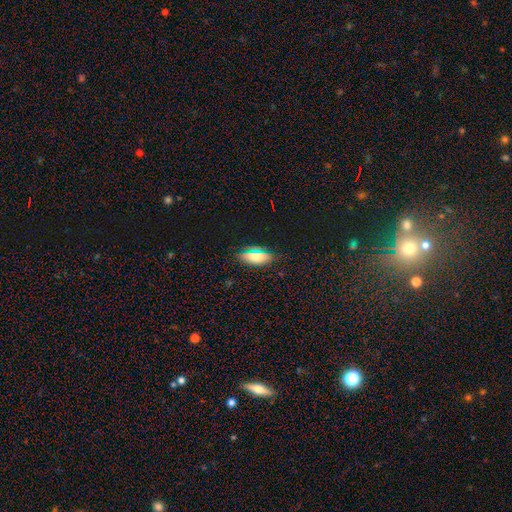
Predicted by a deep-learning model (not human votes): Overall: smooth (71%). How rounded: in between (85%). Merging: none (84%).